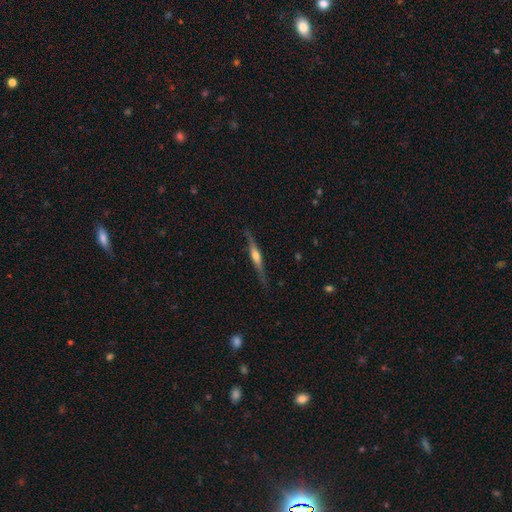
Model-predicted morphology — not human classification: This appears to be a featured or disk galaxy (71%) viewed edge-on (97%) with a rounded central bulge (82%). Merging: none (82%).